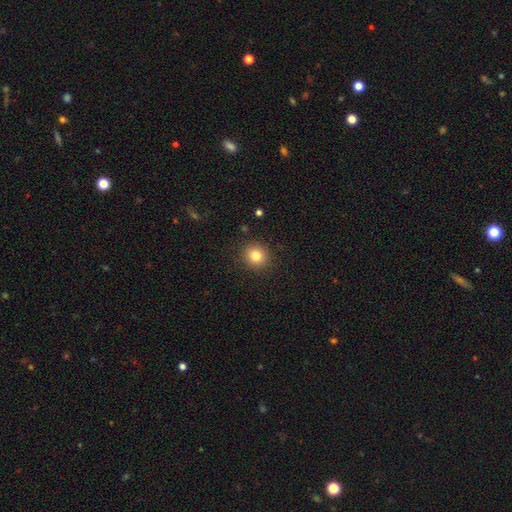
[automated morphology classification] smooth-or-featured: smooth: 82% | star or artifact: 11% | featured or disk: 7%
  how-rounded: round: 84% | in between: 15% | cigar-shaped: 1%
  merging: none: 90% | minor disturbance: 7% | major disturbance: 2% | merger: 1%